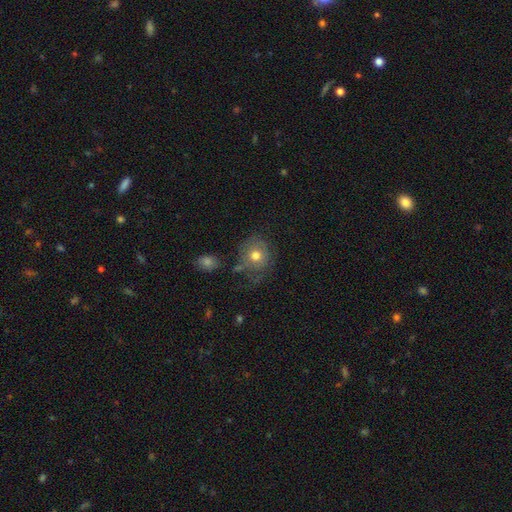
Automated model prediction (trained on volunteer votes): Smooth or featured? Predicted: smooth (p=0.65). How rounded? Predicted: round (p=0.79). Merging? Predicted: none (p=0.56).